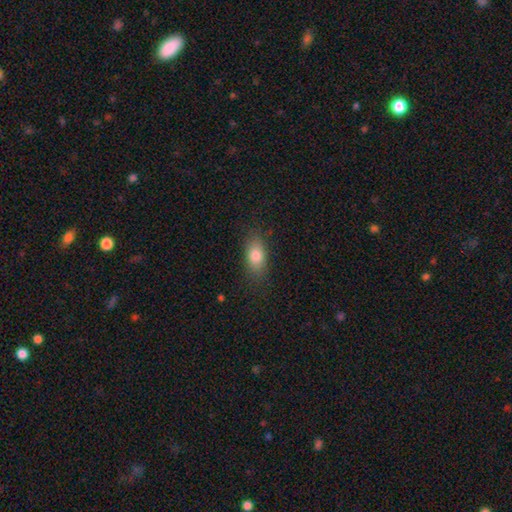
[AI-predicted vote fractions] This appears to be a smooth galaxy with no disk features (82%) that is in between round and cigar-shaped (86%). Merging: none (83%).